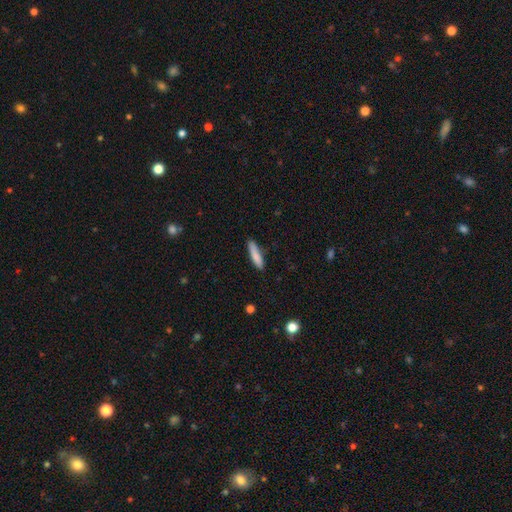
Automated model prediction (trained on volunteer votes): smooth_or_featured: smooth (p=0.84) [alt: featured or disk p=0.10]
how_rounded: cigar-shaped (p=0.81) [alt: in between p=0.18]
merging: none (p=0.82) [alt: minor disturbance p=0.14]